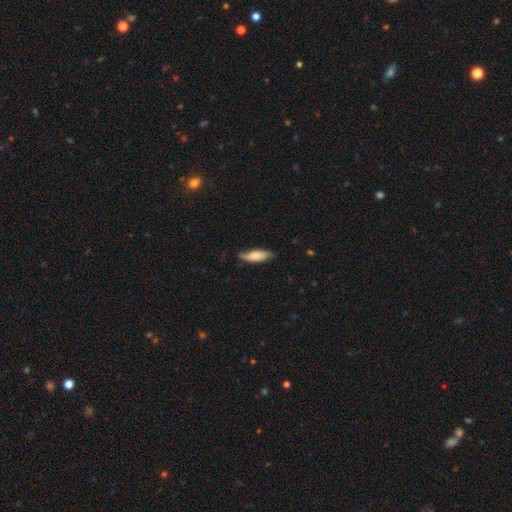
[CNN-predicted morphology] The model was most divided on "how rounded": in between: 56%, cigar-shaped: 43%, round: 2%. More confident: smooth or featured — smooth (71%); merging — none (70%).